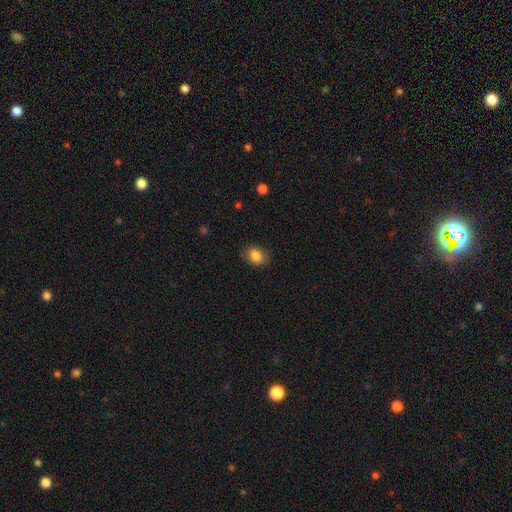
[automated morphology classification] The model was most divided on "how rounded": in between: 63%, round: 36%, cigar-shaped: 1%. More confident: smooth or featured — smooth (85%); merging — none (81%).